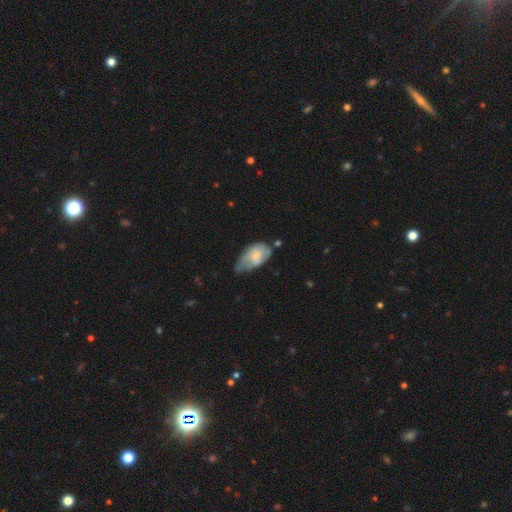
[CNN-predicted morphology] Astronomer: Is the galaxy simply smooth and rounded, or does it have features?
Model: smooth — 57% (runner-up: featured or disk, 36%).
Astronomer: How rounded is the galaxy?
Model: in between — 92%.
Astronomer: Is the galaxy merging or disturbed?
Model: minor disturbance — 43% (runner-up: major disturbance, 27%).